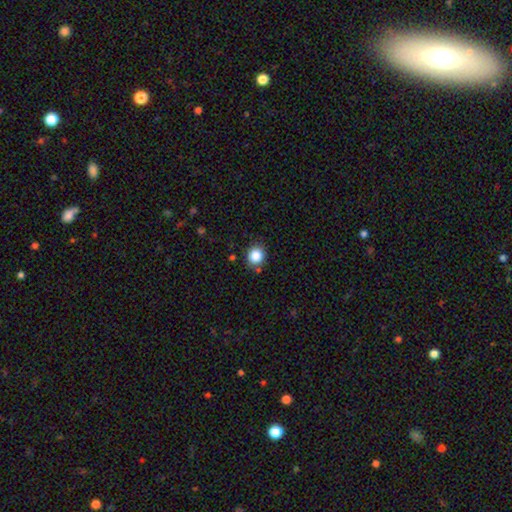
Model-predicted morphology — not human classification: The model was most divided on "how rounded": round: 80%, in between: 20%, cigar-shaped: 1%. More confident: smooth or featured — smooth (85%); merging — none (83%).